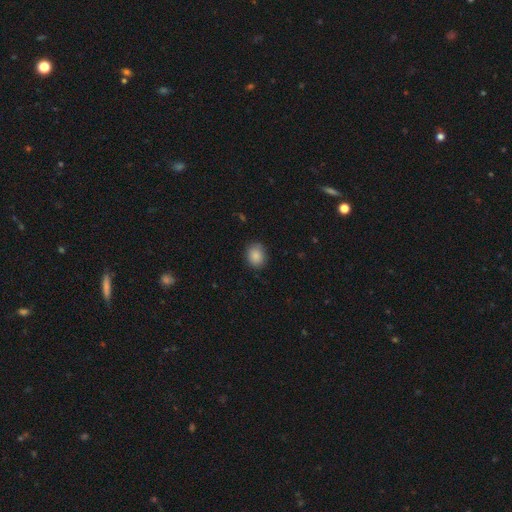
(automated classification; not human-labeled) Morphology: type=smooth (87%); roundness=round (61%); merging=none (85%).